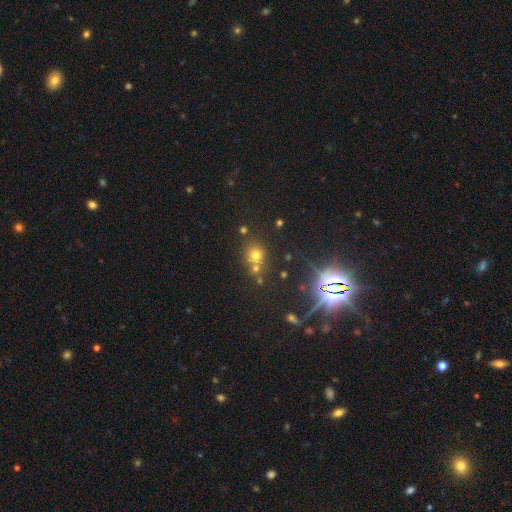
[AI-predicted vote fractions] The model was most divided on "merging": none: 58%, merger: 28%, minor disturbance: 10%, major disturbance: 4%. More confident: how rounded — round (84%); smooth or featured — smooth (62%).